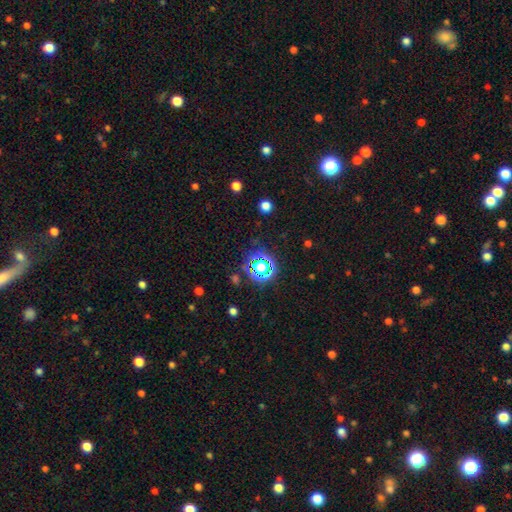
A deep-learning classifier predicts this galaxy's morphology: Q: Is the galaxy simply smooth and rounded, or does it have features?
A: star or artifact — 78%.